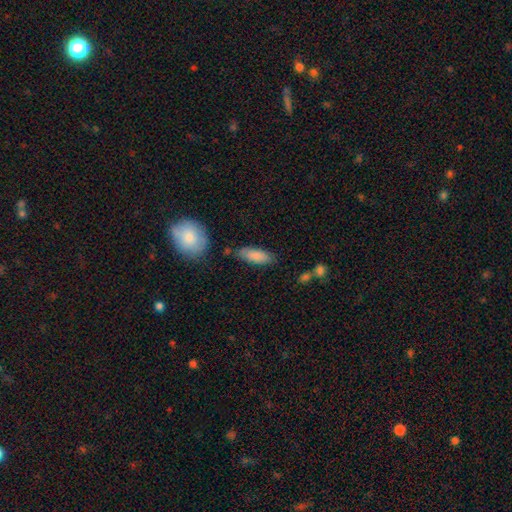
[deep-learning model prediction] smooth 84%, featured or disk 10%, star or artifact 6%. Down the decision tree: how rounded — in between (71%); merging — none (73%).